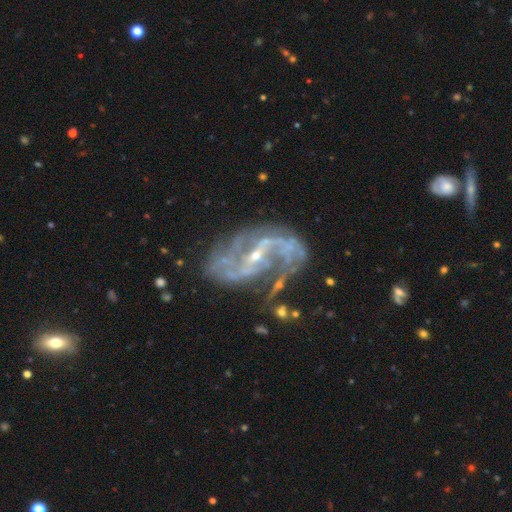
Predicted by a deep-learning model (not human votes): featured or disk 89%, star or artifact 7%, smooth 4%. Down the decision tree: edge-on disk — no (96%); bar — weak (37%, tied with strong); spiral arms — yes (95%); spiral arm count — 2 (70%); spiral winding — loose (49%); bulge size — small (78%); merging — none (55%).